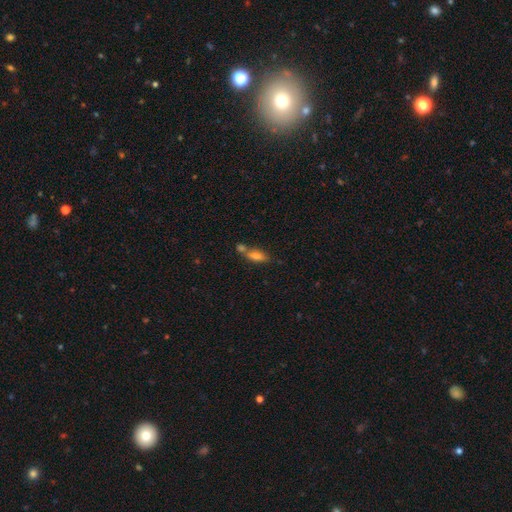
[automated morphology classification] Q: Smooth or featured?
A: smooth (74%); runner-up: featured or disk (16%)
Q: How rounded?
A: in between (65%); runner-up: cigar-shaped (32%)
Q: Merging?
A: merger (43%); runner-up: none (40%)